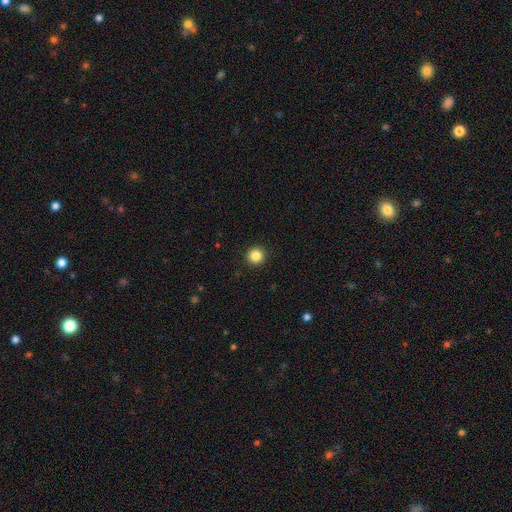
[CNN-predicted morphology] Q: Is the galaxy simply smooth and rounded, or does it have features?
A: smooth — 85%.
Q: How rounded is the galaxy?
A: round — 95%.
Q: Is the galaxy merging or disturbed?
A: none — 93%.